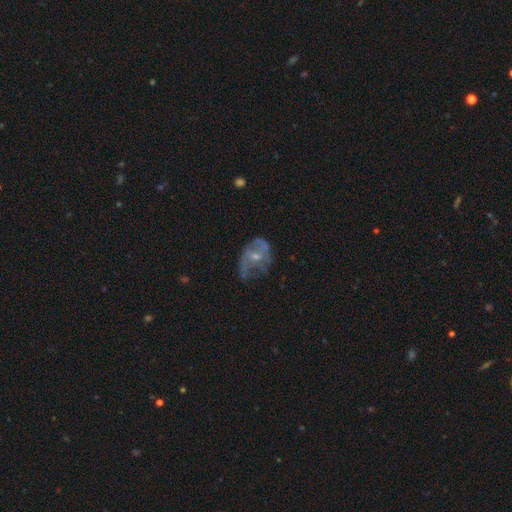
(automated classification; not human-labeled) This appears to be a featured or disk galaxy (70%) with no bar (64%), spiral arms (67%) and a small central bulge (52%). Merging: none (42%).